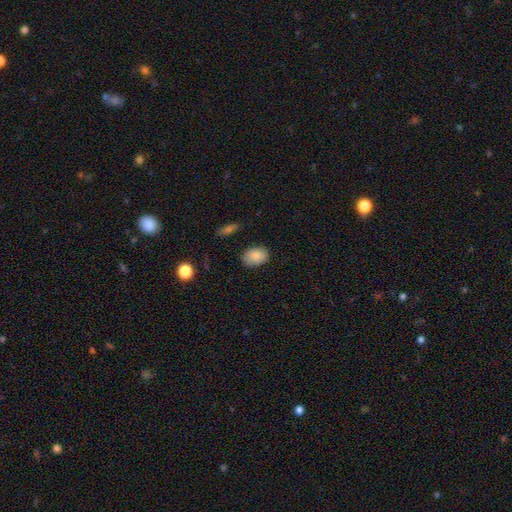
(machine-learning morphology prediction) Overall: smooth (85%). How rounded: in between (78%). Merging: none (83%).